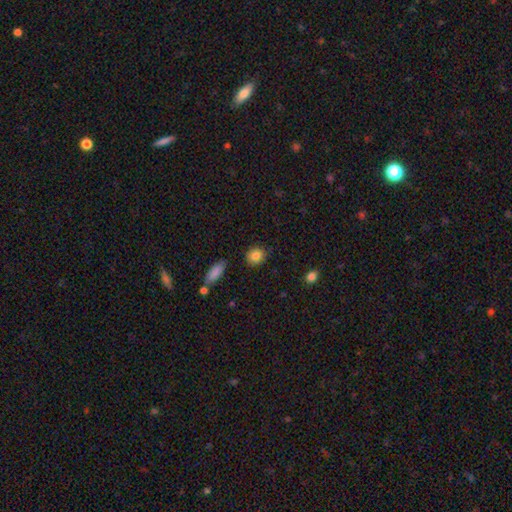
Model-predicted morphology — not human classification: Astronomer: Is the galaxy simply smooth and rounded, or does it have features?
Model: smooth — 84%.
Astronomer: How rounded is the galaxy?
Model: round — 76%.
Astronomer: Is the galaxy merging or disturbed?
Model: none — 85%.